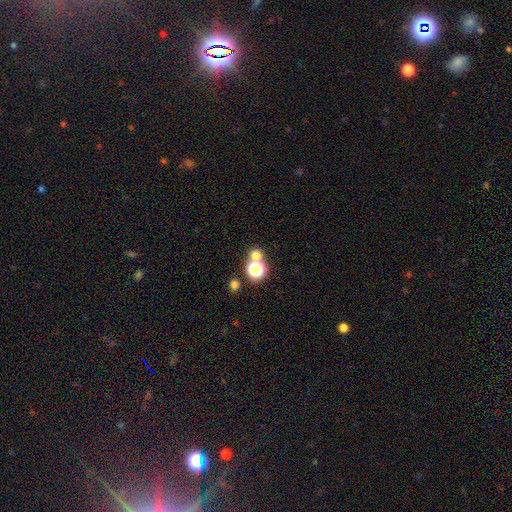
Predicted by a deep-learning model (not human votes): smooth-or-featured: smooth: 67% | star or artifact: 25% | featured or disk: 8%
  how-rounded: round: 84% | in between: 15% | cigar-shaped: 1%
  merging: none: 55% | merger: 36% | minor disturbance: 6% | major disturbance: 4%